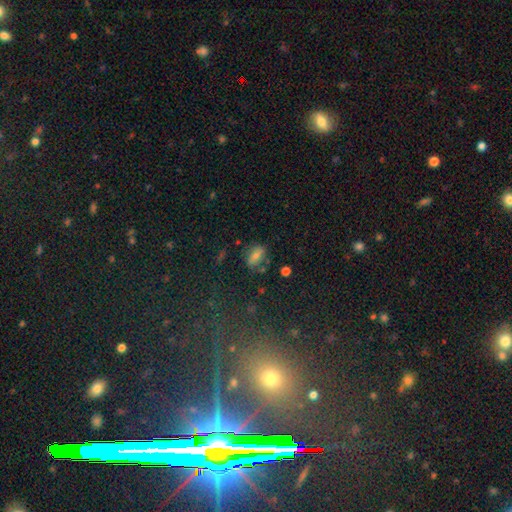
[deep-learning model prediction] Overall: smooth (56%; star or artifact 23%). How rounded: in between (77%). Merging: none (76%).